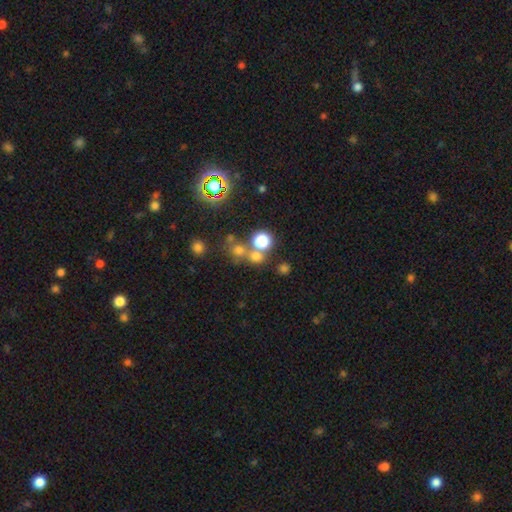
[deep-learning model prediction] Smooth or featured? Predicted: smooth (p=0.65). How rounded? Predicted: round (p=0.84). Merging? Predicted: none (p=0.57).